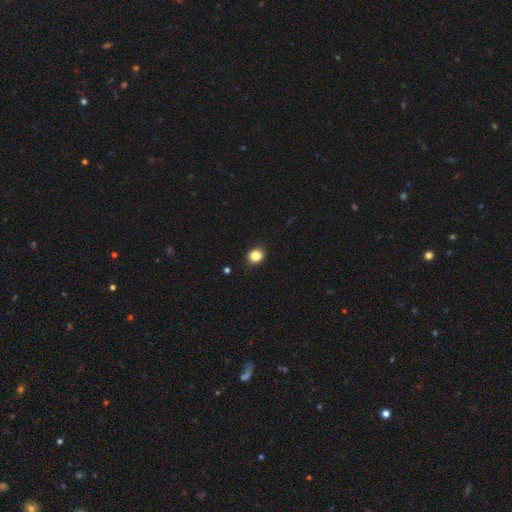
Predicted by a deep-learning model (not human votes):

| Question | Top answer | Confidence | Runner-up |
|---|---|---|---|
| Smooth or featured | smooth | 85% | star or artifact (11%) |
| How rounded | round | 74% | in between (25%) |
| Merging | none | 91% | minor disturbance (7%) |